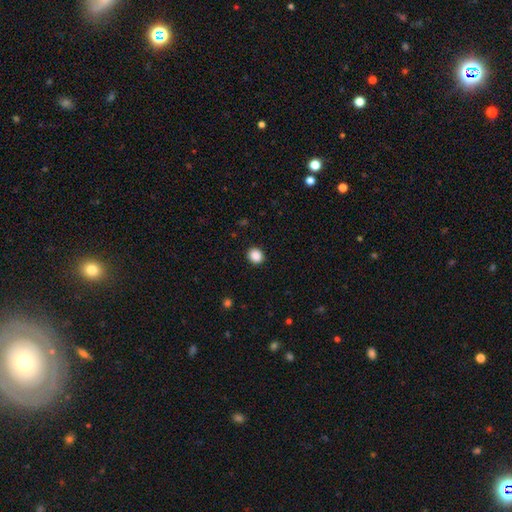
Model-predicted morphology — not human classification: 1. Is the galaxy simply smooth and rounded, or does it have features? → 88% smooth, 10% star or artifact, 3% featured or disk.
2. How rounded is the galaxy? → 83% round, 17% in between, 1% cigar-shaped.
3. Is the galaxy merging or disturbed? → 91% none, 6% minor disturbance, 2% major disturbance, 1% merger.